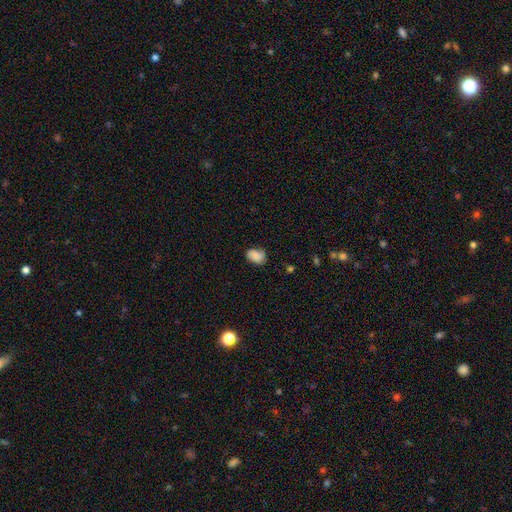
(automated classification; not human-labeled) smooth-or-featured: smooth: 83% | star or artifact: 9% | featured or disk: 8%
  how-rounded: in between: 83% | round: 16% | cigar-shaped: 1%
  merging: none: 69% | minor disturbance: 24% | major disturbance: 5% | merger: 2%